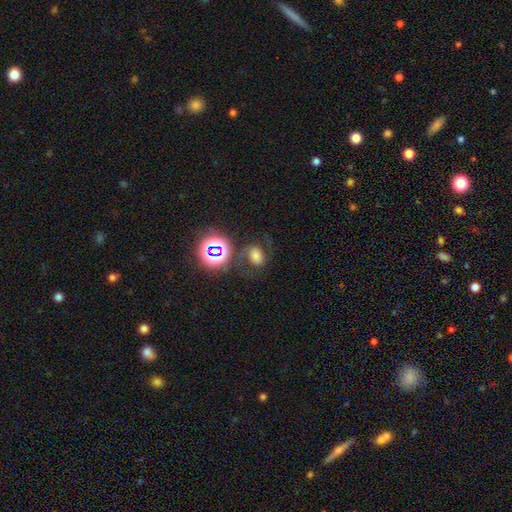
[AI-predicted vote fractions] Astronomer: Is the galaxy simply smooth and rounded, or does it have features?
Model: smooth — 47% (runner-up: featured or disk, 30%).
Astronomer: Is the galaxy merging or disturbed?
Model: none — 59%.